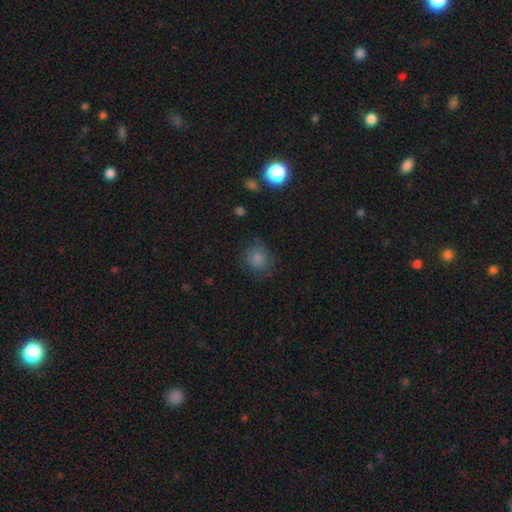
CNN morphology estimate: type=smooth (68%); roundness=round (77%); merging=none (75%).